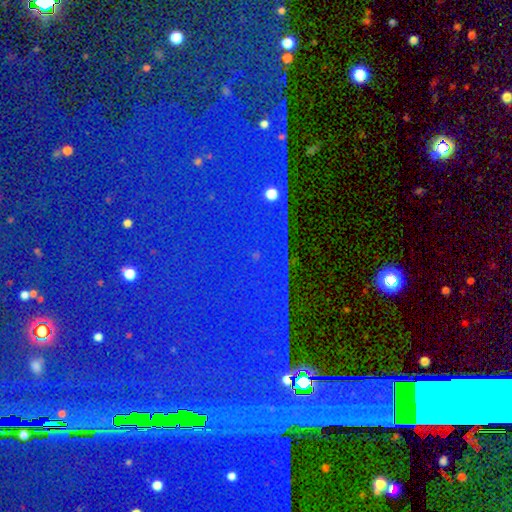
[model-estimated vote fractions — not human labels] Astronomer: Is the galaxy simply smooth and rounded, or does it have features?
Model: star or artifact — 83%.